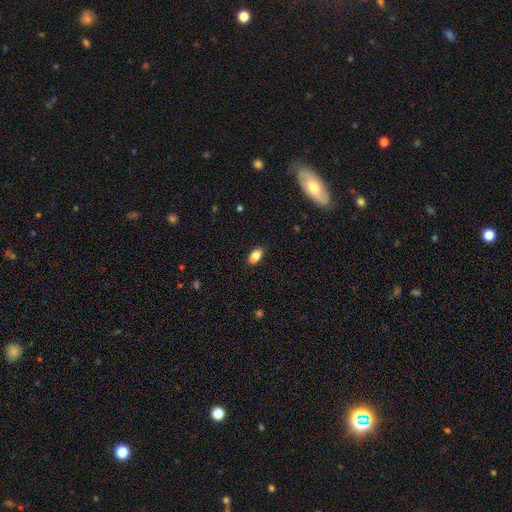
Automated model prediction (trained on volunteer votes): smooth 86%, star or artifact 8%, featured or disk 6%. Down the decision tree: how rounded — in between (91%); merging — none (87%).